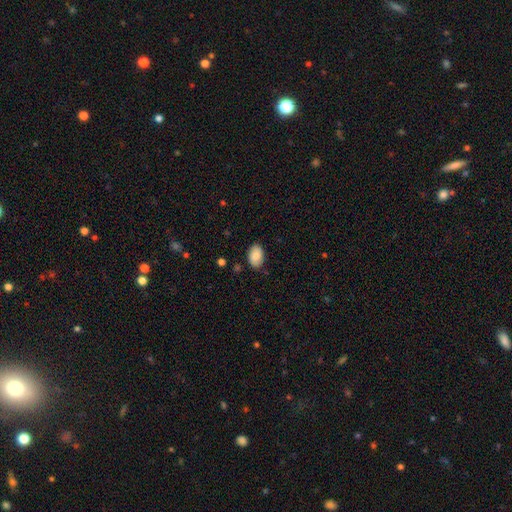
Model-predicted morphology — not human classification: smooth 87%, star or artifact 7%, featured or disk 7%. Down the decision tree: how rounded — in between (91%); merging — none (83%).